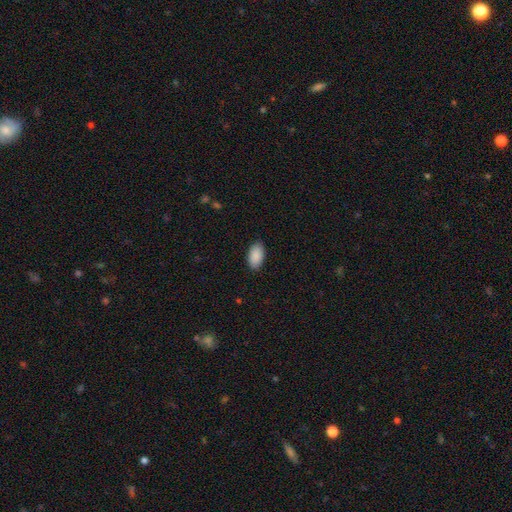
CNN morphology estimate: A smooth galaxy with no disk features (90%) that is in between round and cigar-shaped (95%). Merging: none (87%).